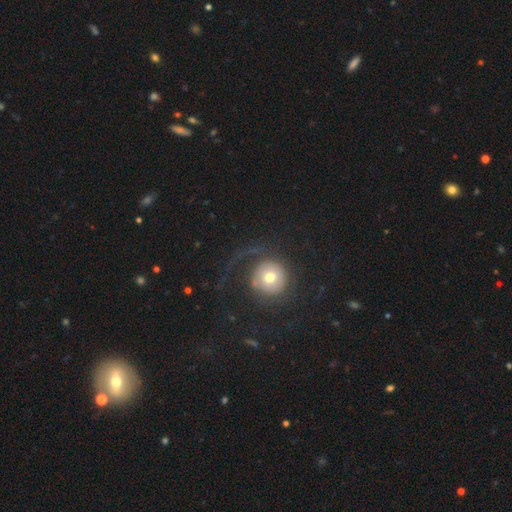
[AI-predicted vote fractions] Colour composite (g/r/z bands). It shows a featured or disk galaxy (43%). Merging: none (68%).